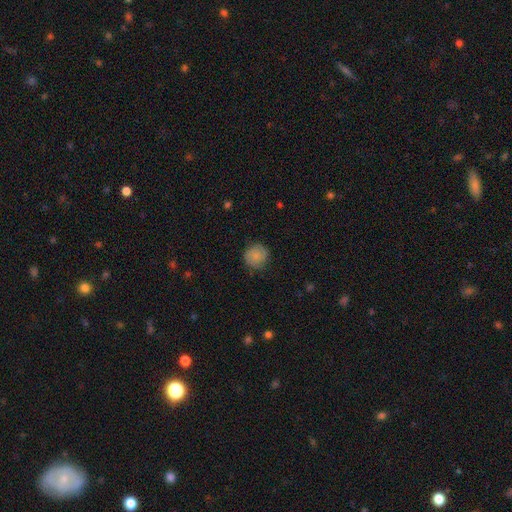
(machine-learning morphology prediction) Smooth or featured? Predicted: smooth (p=0.75). How rounded? Predicted: round (p=0.90). Merging? Predicted: none (p=0.80).